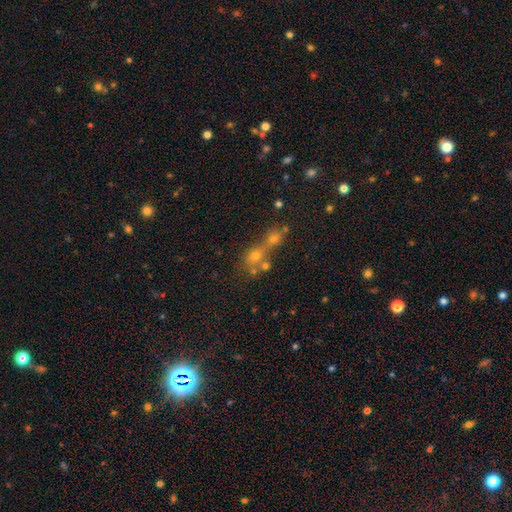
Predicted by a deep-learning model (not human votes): smooth 43%, star or artifact 38%, featured or disk 18%. Down the decision tree: merging — merger (48%).